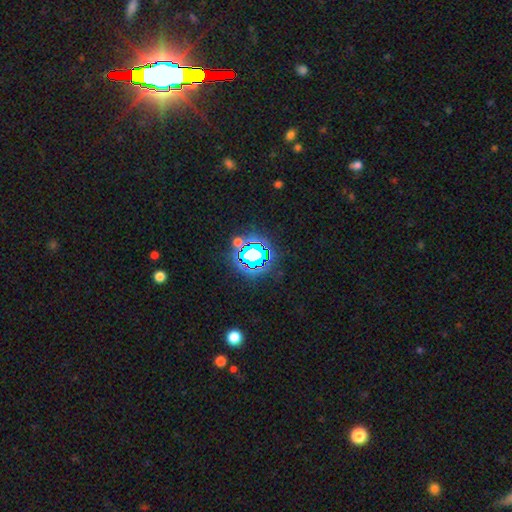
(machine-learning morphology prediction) The model was most divided on "smooth or featured": star or artifact: 69%, smooth: 19%, featured or disk: 12%.